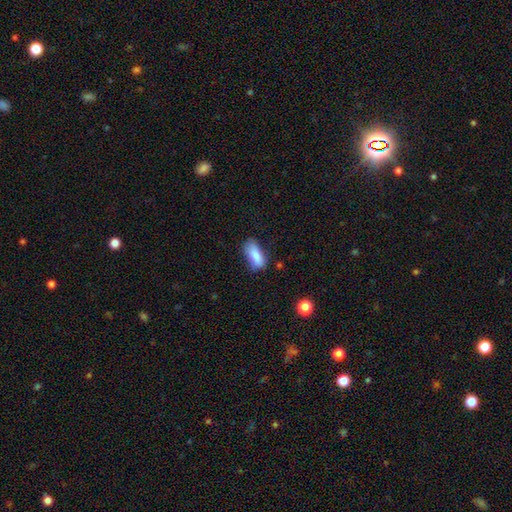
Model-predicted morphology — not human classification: Overall: smooth (82%). How rounded: in between (83%). Merging: none (61%; minor disturbance 29%).